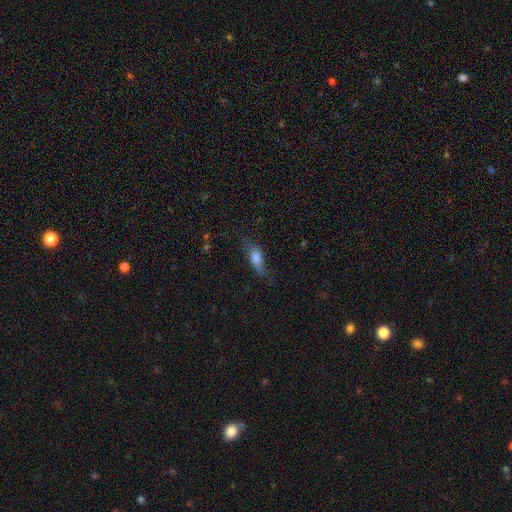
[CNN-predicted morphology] smooth_or_featured: smooth (p=0.69) [alt: featured or disk p=0.23]
how_rounded: in between (p=0.62) [alt: cigar-shaped p=0.34]
merging: none (p=0.63) [alt: minor disturbance p=0.26]